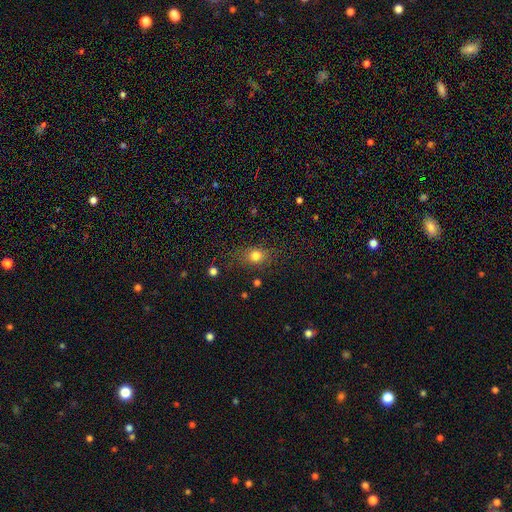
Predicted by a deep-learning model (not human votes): Smooth or featured: smooth — 77% (star or artifact — 13%)
How rounded: in between — 51% (round — 46%)
Merging: none — 75% (minor disturbance — 17%)